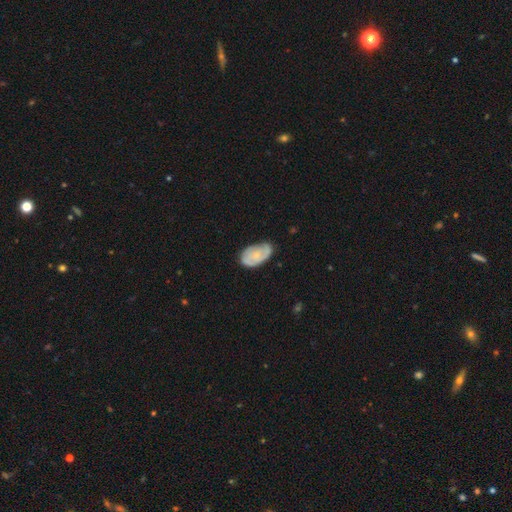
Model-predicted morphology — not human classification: Smooth or featured? featured or disk (49%)
Merging? none (59%)